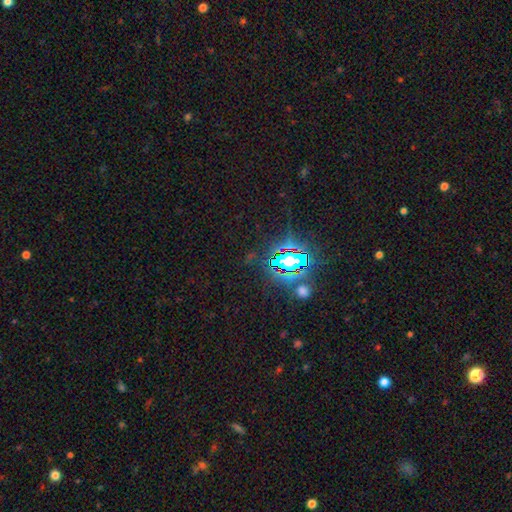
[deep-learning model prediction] Q: Smooth or featured?
A: star or artifact (82%); runner-up: smooth (10%)